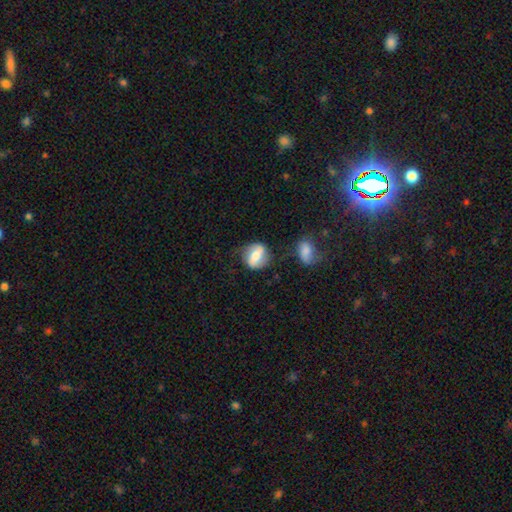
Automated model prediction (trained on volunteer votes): Q: Smooth or featured?
A: featured or disk (48%); runner-up: smooth (44%)
Q: Merging?
A: none (66%); runner-up: minor disturbance (19%)